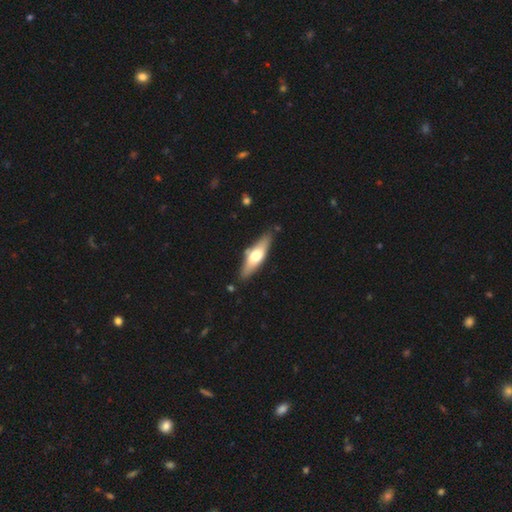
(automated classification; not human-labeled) The model was most divided on "smooth or featured": smooth: 49%, featured or disk: 46%, star or artifact: 5%. More confident: merging — none (83%).